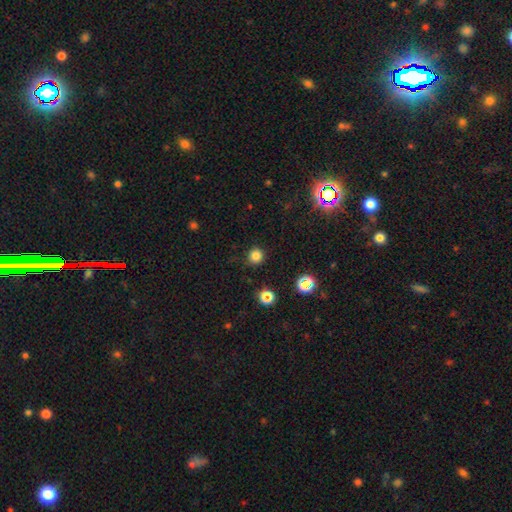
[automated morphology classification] A smooth galaxy with no disk features (81%) that is round (94%).

Vote fractions:
- Smooth or featured? smooth: 81% / star or artifact: 15% / featured or disk: 4%
- How rounded? round: 94% / in between: 5% / cigar-shaped: 1%
- Merging? none: 89% / minor disturbance: 7% / major disturbance: 2% / merger: 1%